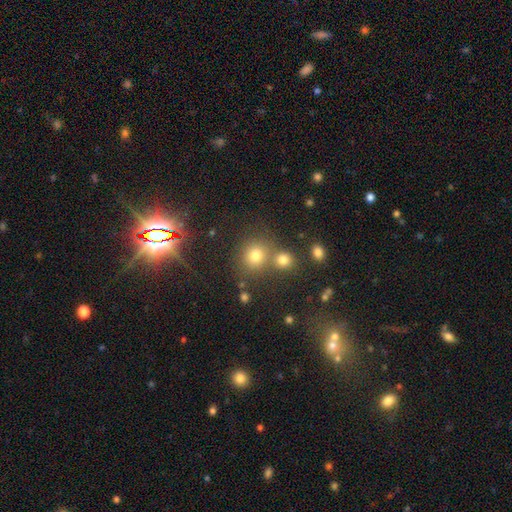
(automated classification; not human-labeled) Overall: smooth (72%). How rounded: round (86%). Merging: none (64%).